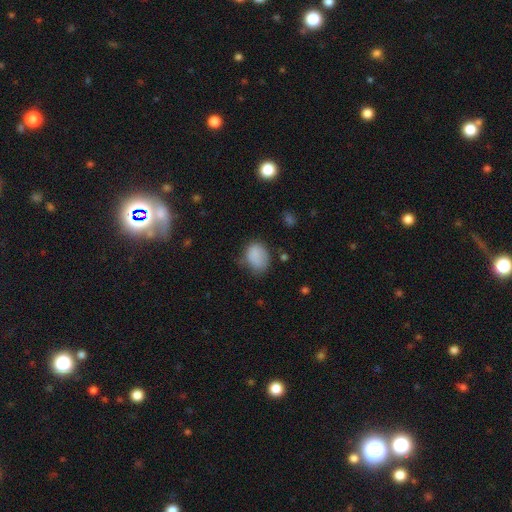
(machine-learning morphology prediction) smooth-or-featured: smooth: 83% | star or artifact: 9% | featured or disk: 8%
  how-rounded: in between: 63% | round: 36% | cigar-shaped: 1%
  merging: none: 52% | minor disturbance: 32% | major disturbance: 12% | merger: 3%